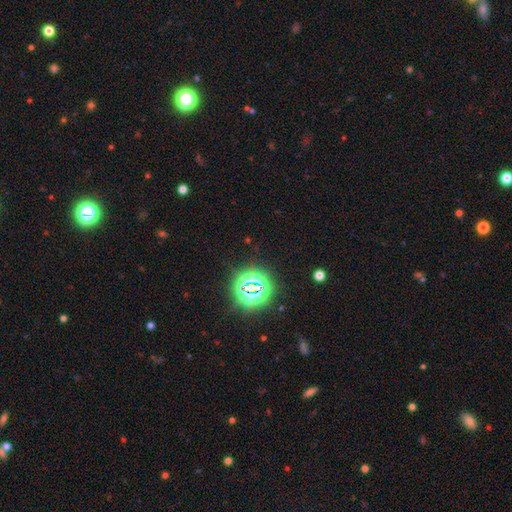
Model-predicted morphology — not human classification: type=star or artifact (78%).